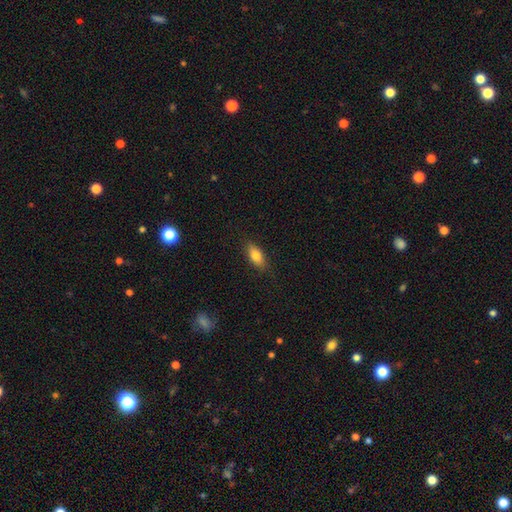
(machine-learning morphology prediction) Smooth or featured? smooth (79%)
How rounded? in between (82%)
Merging? none (85%)